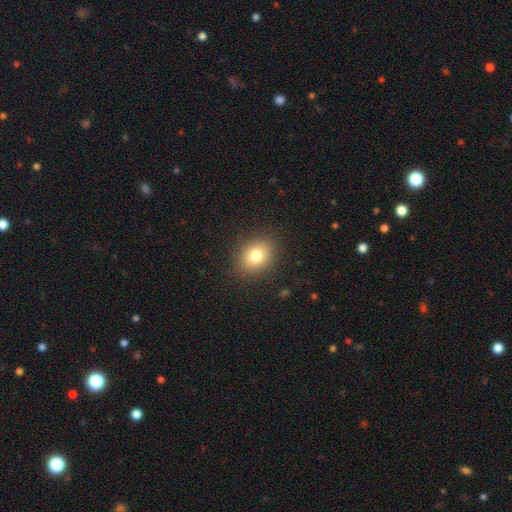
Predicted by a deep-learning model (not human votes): Smooth or featured? smooth (79%)
How rounded? in between (53%)
Merging? none (88%)